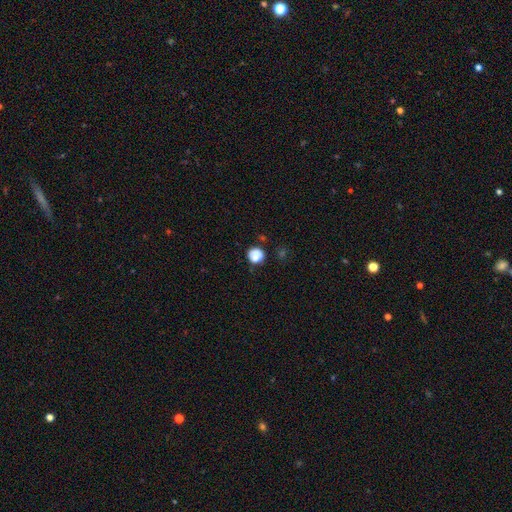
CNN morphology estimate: Smooth or featured? smooth (81%)
How rounded? round (86%)
Merging? none (72%)